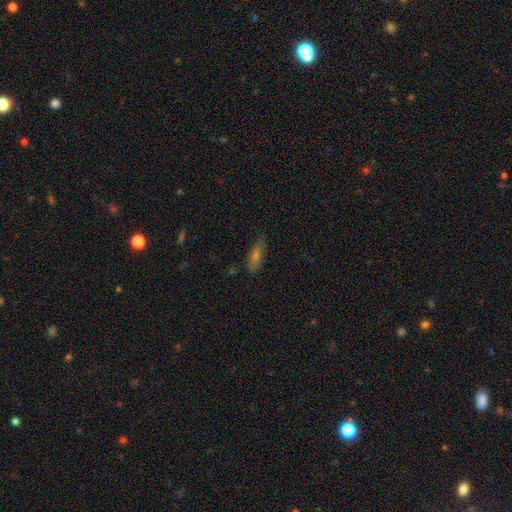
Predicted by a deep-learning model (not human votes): Smooth or featured: smooth — 50% (featured or disk — 31%)
Merging: none — 72% (minor disturbance — 20%)